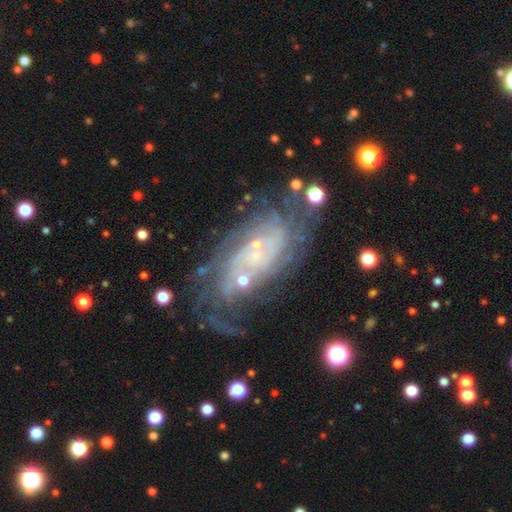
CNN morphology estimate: A featured or disk galaxy (81%) with no bar (70%), tight (61%) spiral arms (92%) and a small central bulge (80%).

Vote fractions:
- Smooth or featured? featured or disk: 81% / smooth: 10% / star or artifact: 9%
- Edge-on disk? no: 94% / yes: 6%
- Bar? no: 70% / weak: 23% / strong: 7%
- Spiral arms? yes: 92% / no: 8%
- Spiral winding? tight: 61% / medium: 29% / loose: 10%
- Spiral arm count? can't tell: 43% / 2: 19% / 3: 13% / 4: 11% / more than 4: 8% / 1: 6%
- Bulge size? small: 80% / moderate: 12% / none: 6% / large: 1% / dominant: 1%
- Merging? none: 57% / minor disturbance: 20% / major disturbance: 14% / merger: 9%